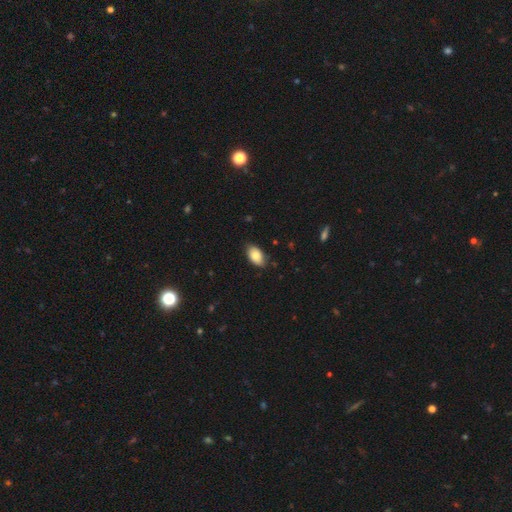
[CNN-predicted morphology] This is clearly a smooth galaxy (83%). How rounded: clearly in between (93%). Merging: clearly none (83%).